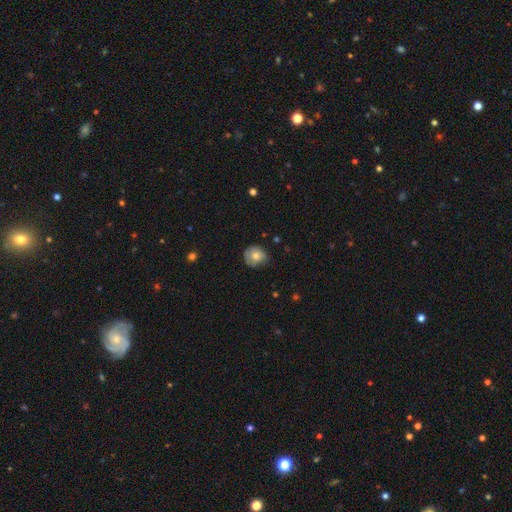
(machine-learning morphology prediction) A smooth galaxy with no disk features (71%) that is round (82%).

Vote fractions:
- Smooth or featured? smooth: 71% / featured or disk: 21% / star or artifact: 9%
- How rounded? round: 82% / in between: 17% / cigar-shaped: 1%
- Merging? none: 61% / minor disturbance: 31% / major disturbance: 7% / merger: 1%